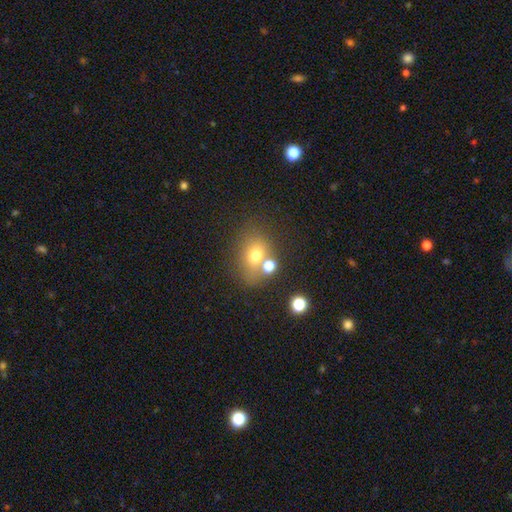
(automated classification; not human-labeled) A smooth galaxy with no disk features (69%) that is in between round and cigar-shaped (50%). Merging: none (56%).